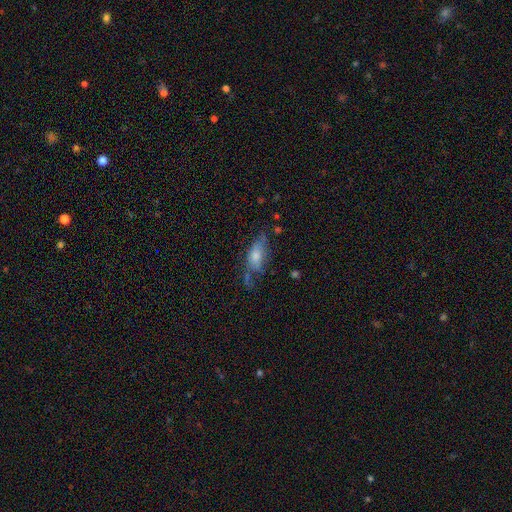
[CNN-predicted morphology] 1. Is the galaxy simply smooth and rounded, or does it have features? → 48% smooth, 40% featured or disk, 11% star or artifact.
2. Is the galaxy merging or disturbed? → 49% none, 27% minor disturbance, 18% major disturbance, 6% merger.